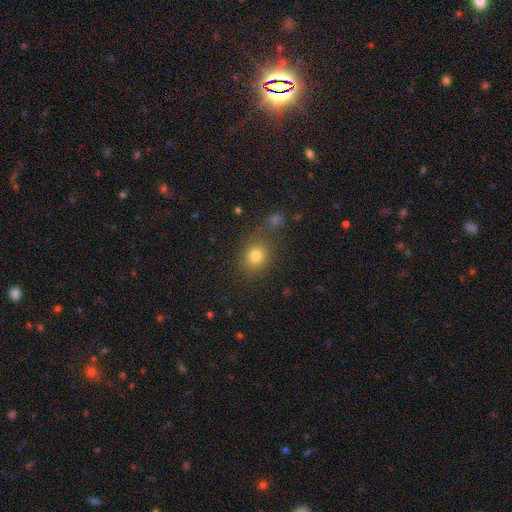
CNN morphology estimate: smooth 78%, star or artifact 14%, featured or disk 8%. Down the decision tree: how rounded — round (69%); merging — none (73%).